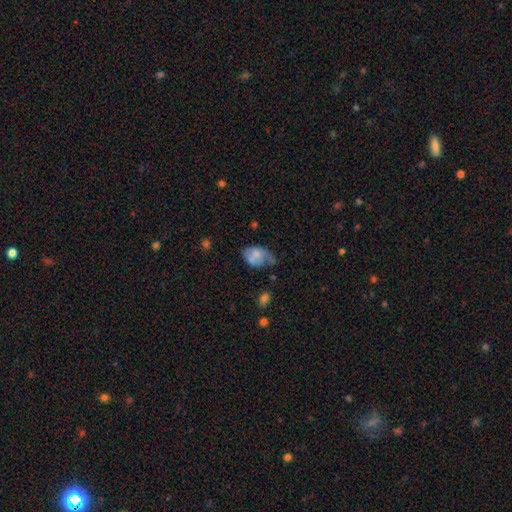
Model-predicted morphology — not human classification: Smooth or featured? Predicted: smooth (p=0.65). How rounded? Predicted: in between (p=0.80). Merging? Predicted: minor disturbance (p=0.36).